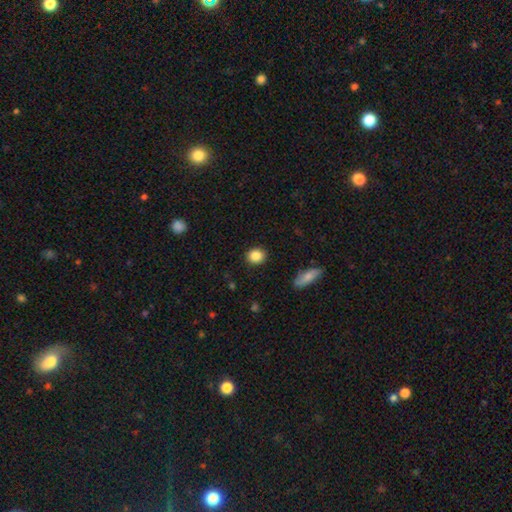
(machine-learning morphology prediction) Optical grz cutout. It shows a smooth galaxy with no disk features (86%) that is round (75%). Merging: none (90%).